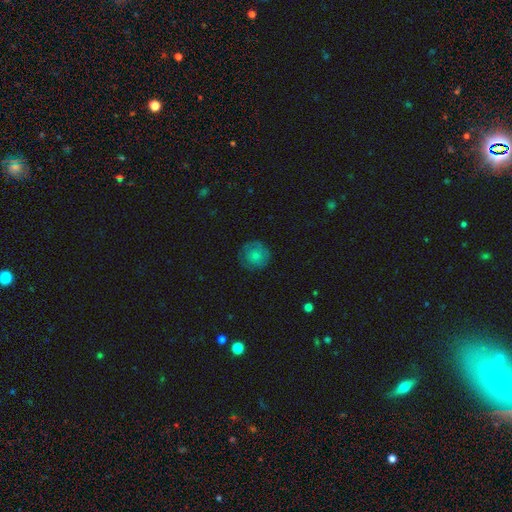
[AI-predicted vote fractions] smooth-or-featured: smooth: 74% | featured or disk: 17% | star or artifact: 9%
  how-rounded: round: 93% | in between: 6% | cigar-shaped: 1%
  merging: none: 80% | minor disturbance: 15% | major disturbance: 4% | merger: 1%